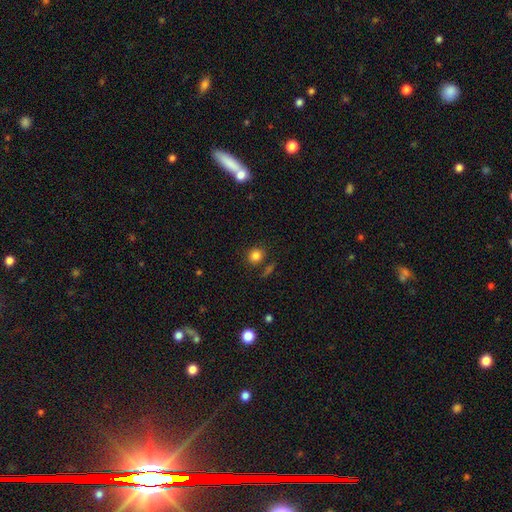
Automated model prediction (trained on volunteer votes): smooth-or-featured: smooth: 82% | star or artifact: 12% | featured or disk: 5%
  how-rounded: round: 77% | in between: 22% | cigar-shaped: 1%
  merging: none: 80% | minor disturbance: 10% | merger: 6% | major disturbance: 4%